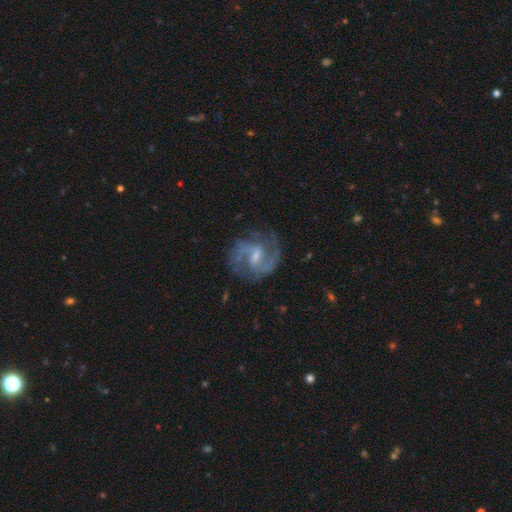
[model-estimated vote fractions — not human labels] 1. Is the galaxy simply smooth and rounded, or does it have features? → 86% featured or disk, 8% smooth, 6% star or artifact.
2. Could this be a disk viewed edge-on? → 97% no, 3% yes.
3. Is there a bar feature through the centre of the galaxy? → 59% weak, 22% strong, 19% no.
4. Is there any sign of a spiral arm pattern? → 95% yes, 5% no.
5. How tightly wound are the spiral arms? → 55% medium, 26% loose, 19% tight.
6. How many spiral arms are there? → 81% 2, 7% can't tell, 6% 3, 2% 1, 2% 4, 2% more than 4.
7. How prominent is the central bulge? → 44% small, 39% moderate, 13% none, 3% large, 1% dominant.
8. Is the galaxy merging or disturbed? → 73% none, 16% minor disturbance, 9% major disturbance, 2% merger.